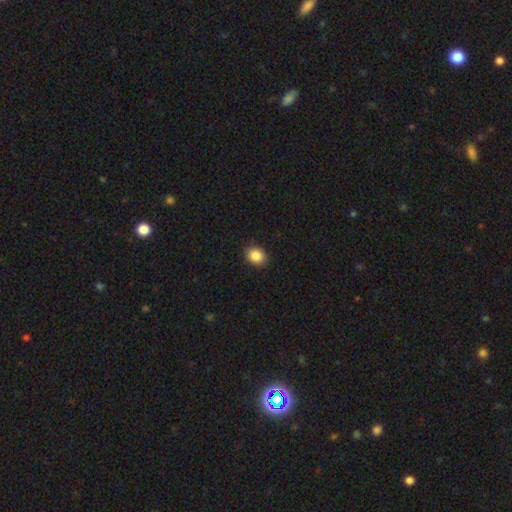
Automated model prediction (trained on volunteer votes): Smooth or featured? smooth (87%)
How rounded? in between (50%, tied with round)
Merging? none (91%)